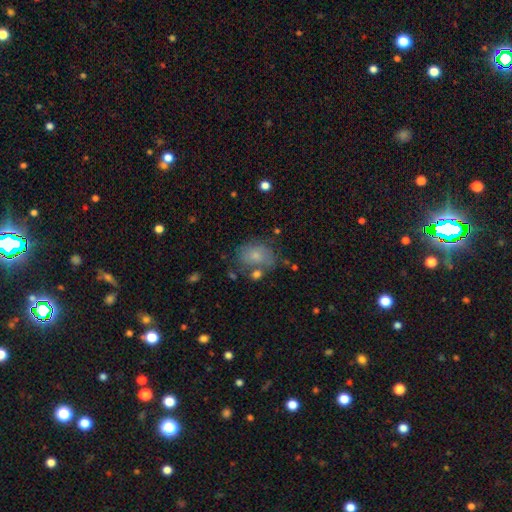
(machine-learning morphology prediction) This is likely a smooth galaxy (68%). How rounded: likely in between (63%). Merging: possibly none (55%).